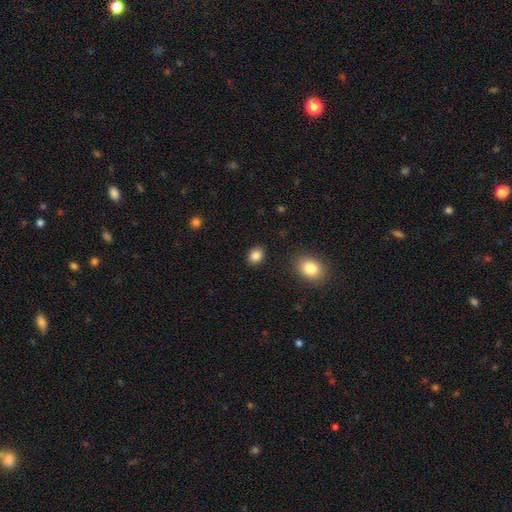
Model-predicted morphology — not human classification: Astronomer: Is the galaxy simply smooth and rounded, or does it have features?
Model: smooth — 86%.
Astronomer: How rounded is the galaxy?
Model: round — 51% (runner-up: in between, 48%).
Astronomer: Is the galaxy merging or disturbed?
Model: none — 88%.